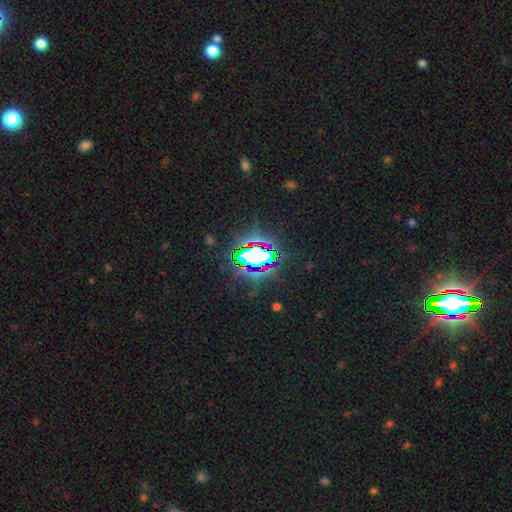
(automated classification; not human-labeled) This appears to be a star or artifact, not a galaxy (70%).